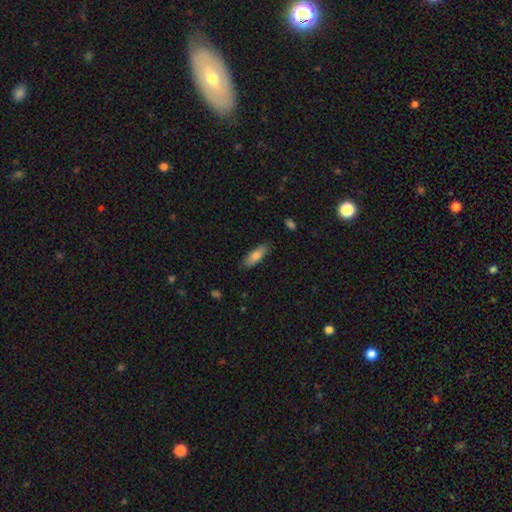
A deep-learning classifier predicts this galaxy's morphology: smooth 79%, featured or disk 15%, star or artifact 6%. Down the decision tree: how rounded — in between (62%); merging — none (85%).